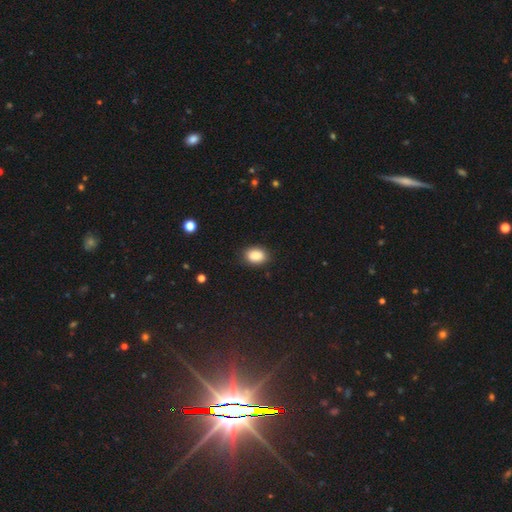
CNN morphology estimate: type=smooth (88%); roundness=in between (77%); merging=none (86%).